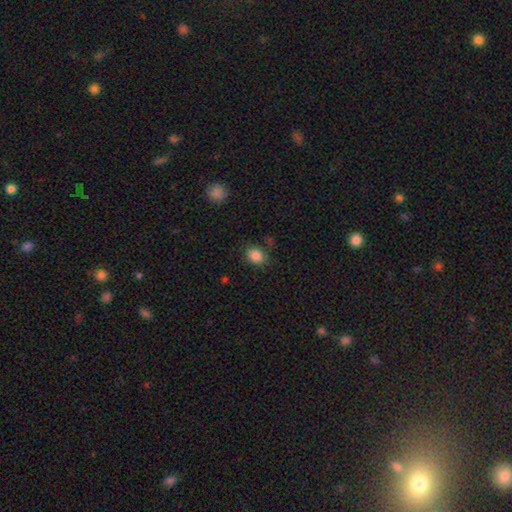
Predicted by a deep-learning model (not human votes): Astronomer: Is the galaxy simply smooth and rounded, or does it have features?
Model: smooth — 86%.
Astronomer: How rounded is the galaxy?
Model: in between — 50% (runner-up: round, 49%).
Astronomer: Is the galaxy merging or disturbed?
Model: none — 79%.